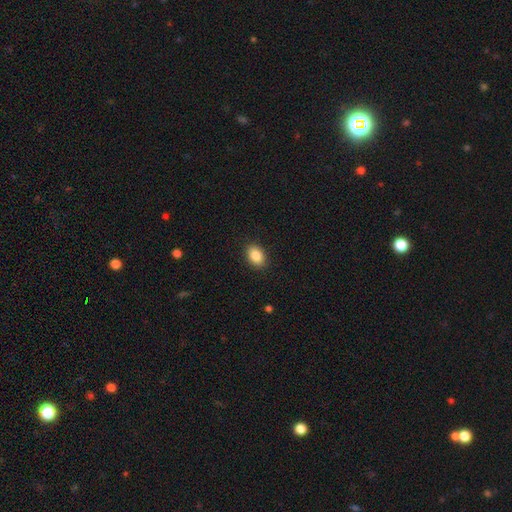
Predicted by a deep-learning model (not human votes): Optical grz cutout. It shows a smooth galaxy with no disk features (88%) that is in between round and cigar-shaped (81%). Merging: none (89%).